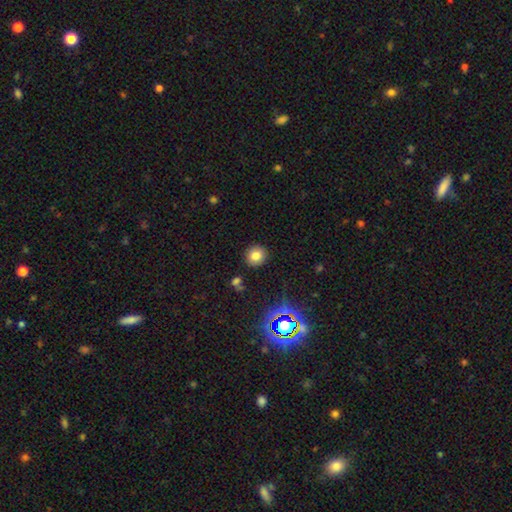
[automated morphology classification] The model was most divided on "smooth or featured": smooth: 78%, star or artifact: 15%, featured or disk: 8%. More confident: merging — none (89%); how rounded — round (87%).